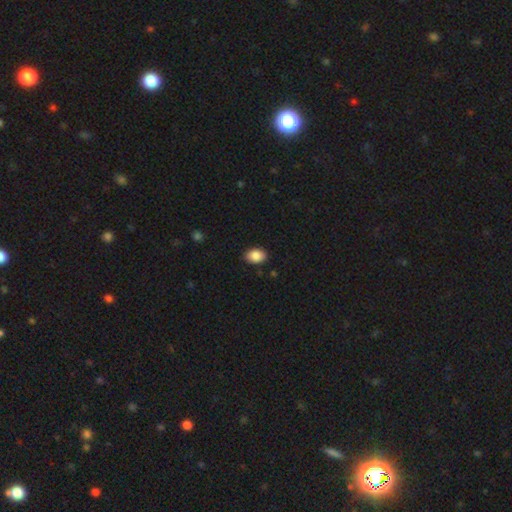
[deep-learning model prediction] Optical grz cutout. It shows a smooth galaxy with no disk features (88%) that is in between round and cigar-shaped (82%). Merging: none (88%).